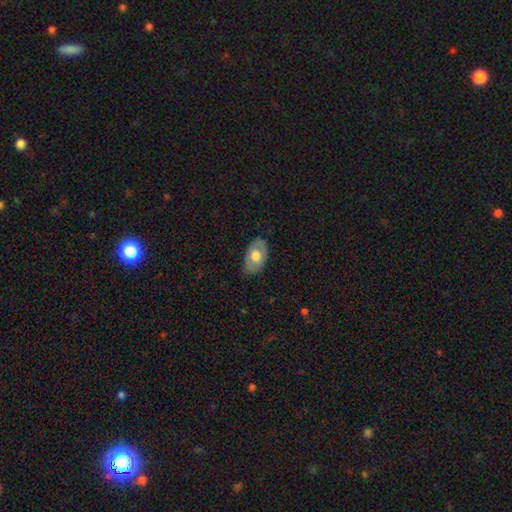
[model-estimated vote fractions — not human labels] Q: Smooth or featured?
A: smooth (58%); runner-up: featured or disk (36%)
Q: How rounded?
A: in between (90%); runner-up: round (9%)
Q: Merging?
A: none (75%); runner-up: minor disturbance (20%)